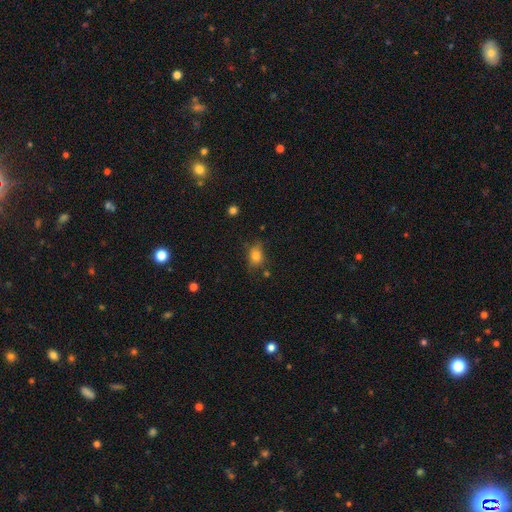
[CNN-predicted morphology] Smooth or featured: smooth — 80% (star or artifact — 11%)
How rounded: in between — 65% (round — 33%)
Merging: none — 69% (minor disturbance — 22%)